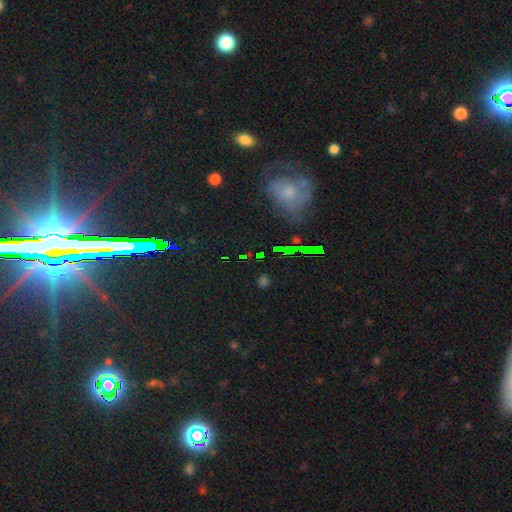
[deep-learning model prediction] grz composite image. It shows a star or artifact, not a galaxy (57%).